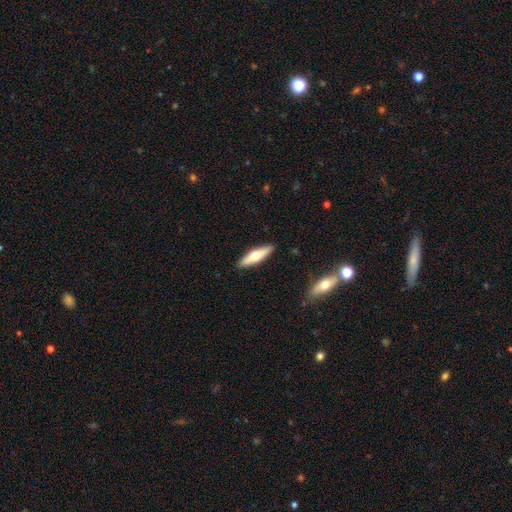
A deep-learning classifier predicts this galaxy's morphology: A smooth galaxy with no disk features (53%) that is cigar-shaped (67%).

Vote fractions:
- Smooth or featured? smooth: 53% / featured or disk: 41% / star or artifact: 5%
- How rounded? cigar-shaped: 67% / in between: 31% / round: 2%
- Merging? none: 90% / minor disturbance: 7% / major disturbance: 2% / merger: 1%